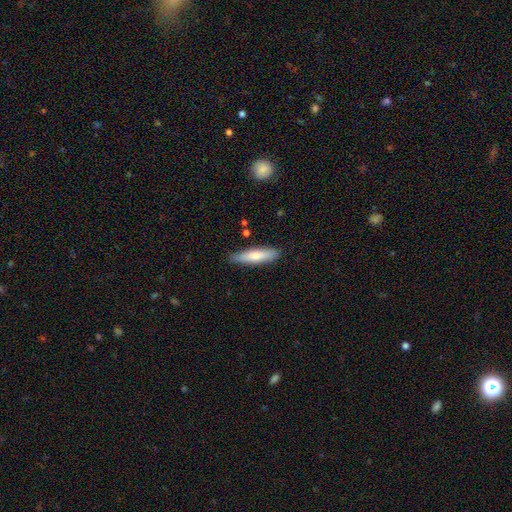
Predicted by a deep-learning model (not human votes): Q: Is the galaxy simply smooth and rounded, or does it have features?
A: smooth — 76%.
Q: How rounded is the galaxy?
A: cigar-shaped — 71%.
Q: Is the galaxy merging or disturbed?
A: none — 83%.